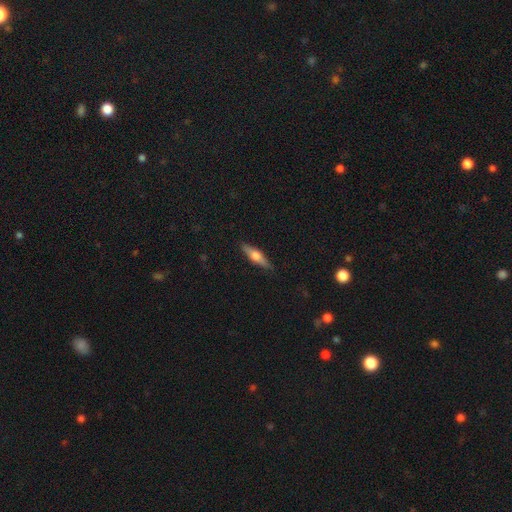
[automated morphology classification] A featured or disk galaxy (49%).

Vote fractions:
- Smooth or featured? featured or disk: 49% / smooth: 44% / star or artifact: 6%
- Merging? none: 87% / minor disturbance: 10% / major disturbance: 2% / merger: 1%